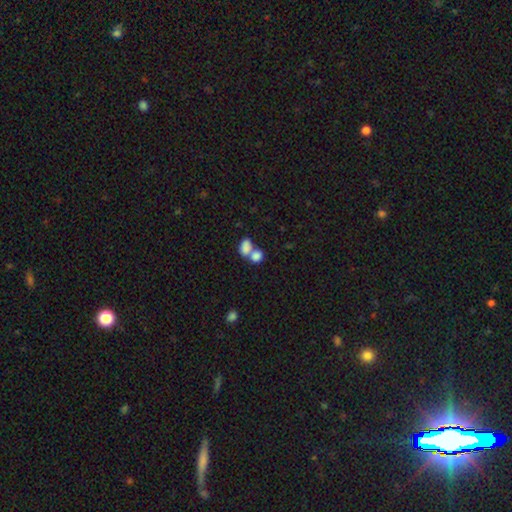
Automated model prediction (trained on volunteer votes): This is clearly a smooth galaxy (82%). How rounded: likely in between (73%). Merging: likely merger (65%).